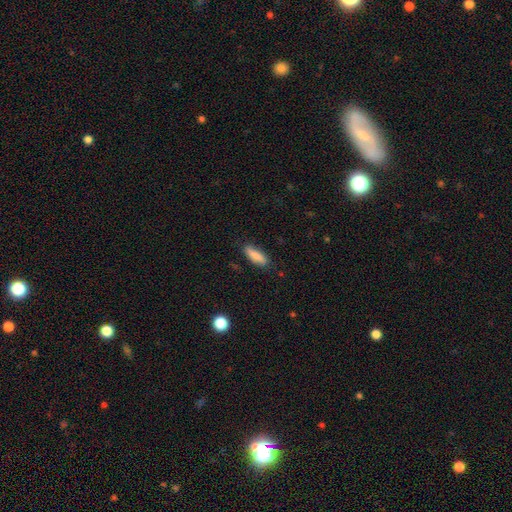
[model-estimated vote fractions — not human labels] smooth 84%, featured or disk 9%, star or artifact 7%. Down the decision tree: how rounded — in between (52%); merging — none (82%).